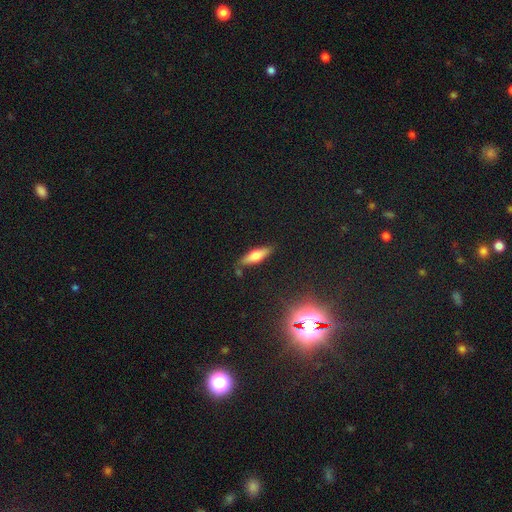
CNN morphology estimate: Smooth or featured? Predicted: smooth (p=0.51). How rounded? Predicted: cigar-shaped (p=0.56). Merging? Predicted: none (p=0.82).